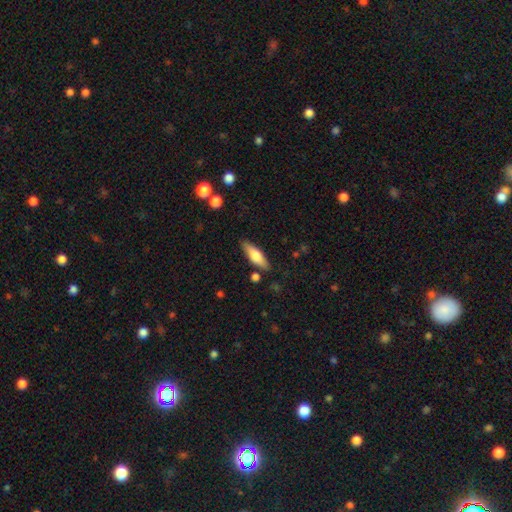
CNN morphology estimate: smooth-or-featured: smooth: 65% | featured or disk: 29% | star or artifact: 6%
  how-rounded: cigar-shaped: 49% (tied) | in between: 49% (tied) | round: 2%
  merging: none: 82% | minor disturbance: 12% | merger: 3% | major disturbance: 3%